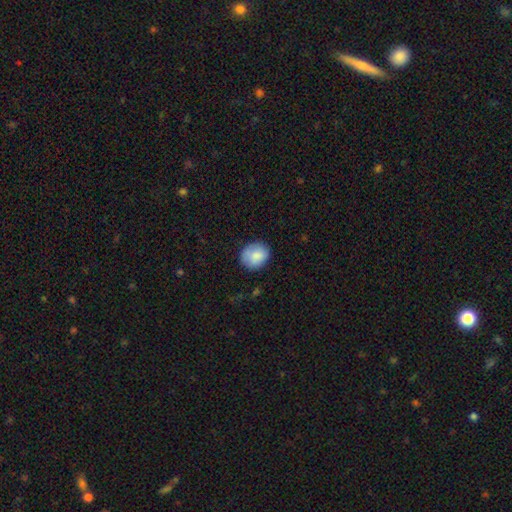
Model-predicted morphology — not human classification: Smooth or featured?
  - smooth: 84% *
  - featured or disk: 9%
  - star or artifact: 7%
How rounded?
  - round: 61% *
  - in between: 38%
  - cigar-shaped: 1%
Merging?
  - none: 76% *
  - minor disturbance: 18%
  - major disturbance: 4%
  - merger: 1%